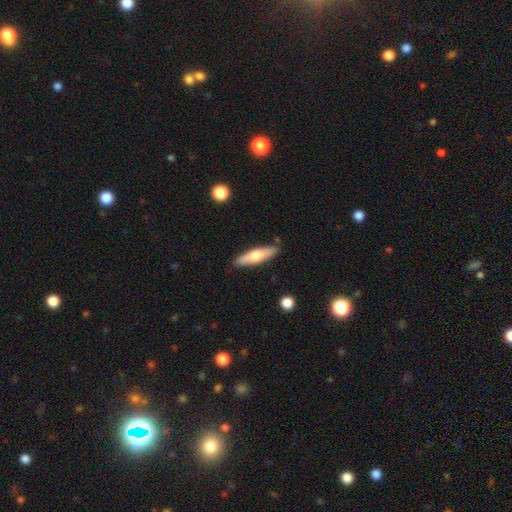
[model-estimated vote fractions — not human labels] smooth_or_featured: smooth (p=0.60) [alt: featured or disk p=0.35]
how_rounded: cigar-shaped (p=0.69) [alt: in between p=0.29]
merging: none (p=0.85) [alt: minor disturbance p=0.10]